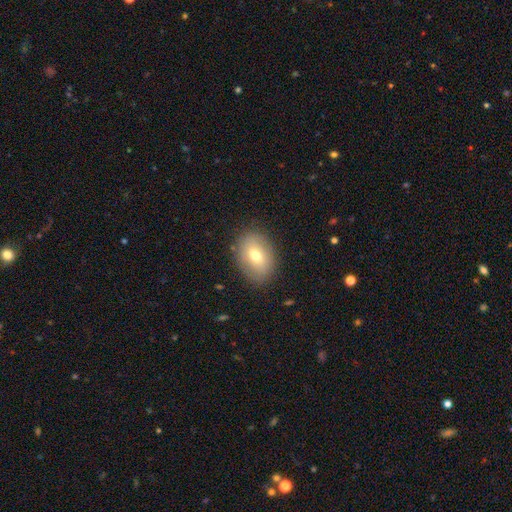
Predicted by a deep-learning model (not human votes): smooth 67%, featured or disk 24%, star or artifact 9%. Down the decision tree: how rounded — in between (80%); merging — none (84%).